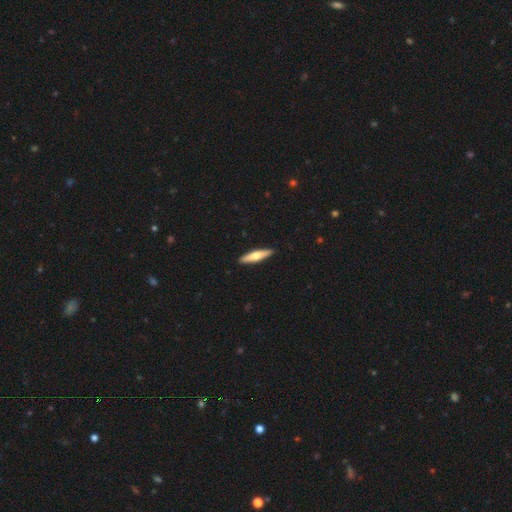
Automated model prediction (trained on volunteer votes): Smooth or featured: smooth — 51% (featured or disk — 44%)
How rounded: cigar-shaped — 83% (in between — 15%)
Merging: none — 91% (minor disturbance — 6%)